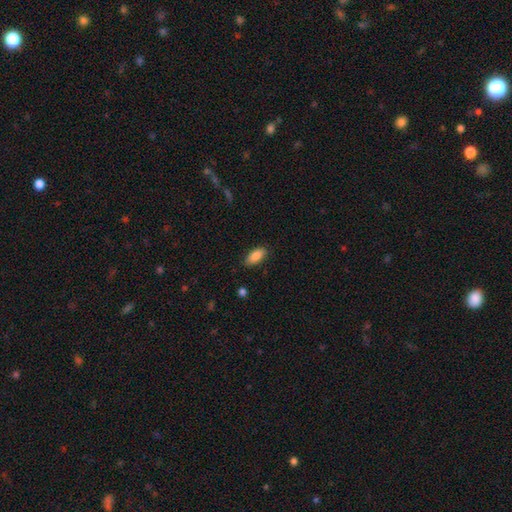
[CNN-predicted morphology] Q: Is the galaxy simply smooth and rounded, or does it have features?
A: smooth — 87%.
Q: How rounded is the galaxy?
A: in between — 88%.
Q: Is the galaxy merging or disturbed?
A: none — 84%.